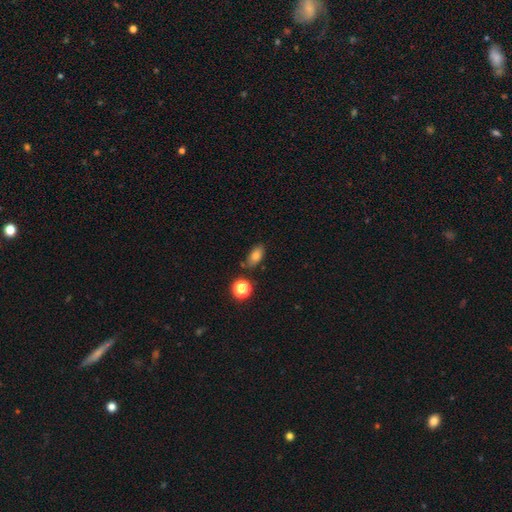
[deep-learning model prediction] Smooth or featured?
  - smooth: 79% *
  - star or artifact: 12%
  - featured or disk: 10%
How rounded?
  - in between: 84% *
  - round: 10%
  - cigar-shaped: 5%
Merging?
  - none: 76% *
  - minor disturbance: 14%
  - merger: 6%
  - major disturbance: 3%